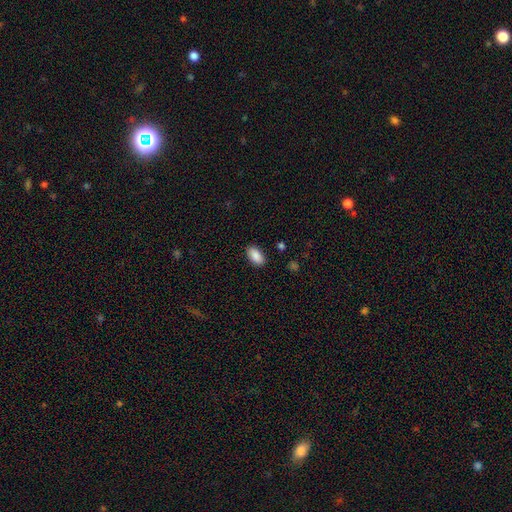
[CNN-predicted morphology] The model was most divided on "merging": none: 87%, minor disturbance: 9%, major disturbance: 2%, merger: 1%. More confident: how rounded — in between (93%); smooth or featured — smooth (89%).